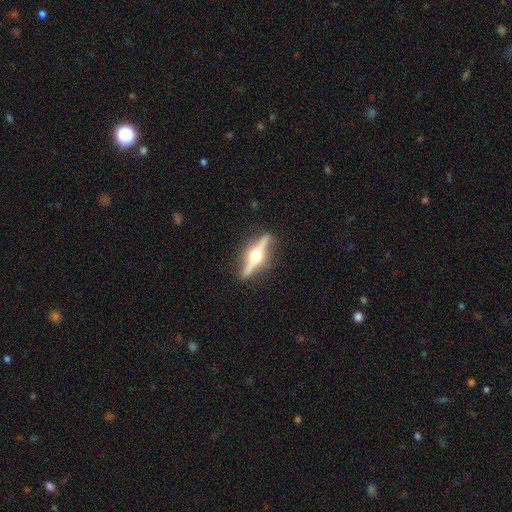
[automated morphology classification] featured or disk 83%, smooth 12%, star or artifact 5%. Down the decision tree: edge-on disk — yes (96%); edge-on bulge — rounded (97%); merging — none (87%).